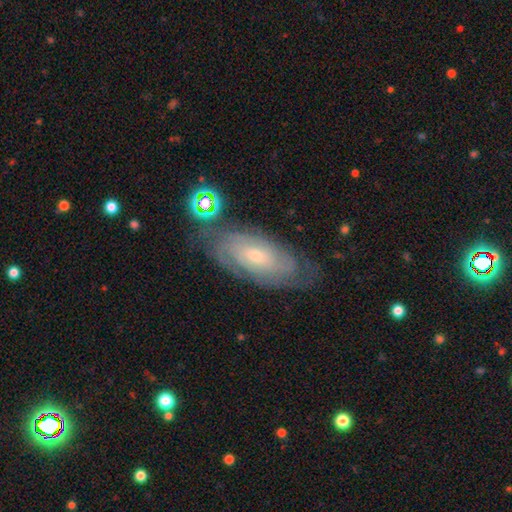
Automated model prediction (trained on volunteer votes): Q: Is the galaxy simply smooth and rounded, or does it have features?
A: featured or disk — 74%.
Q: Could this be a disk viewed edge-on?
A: no — 91%.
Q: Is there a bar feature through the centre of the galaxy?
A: no — 72%.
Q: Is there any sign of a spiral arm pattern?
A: yes — 90%.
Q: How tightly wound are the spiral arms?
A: tight — 77%.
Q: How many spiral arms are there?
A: can't tell — 56%.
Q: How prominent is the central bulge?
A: small — 65%.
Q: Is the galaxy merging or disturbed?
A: none — 74%.